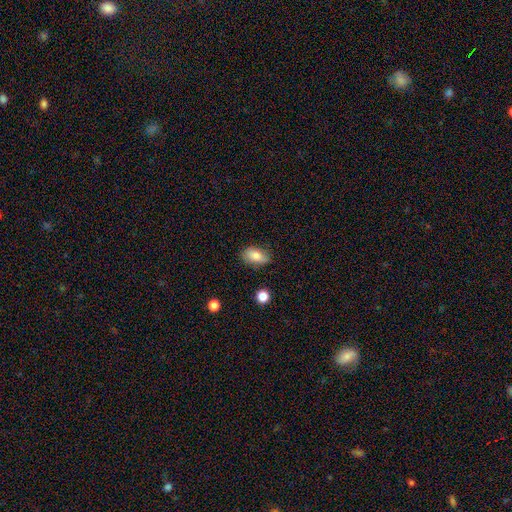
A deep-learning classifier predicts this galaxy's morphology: This is likely a smooth galaxy (79%). How rounded: clearly in between (89%). Merging: likely none (74%).